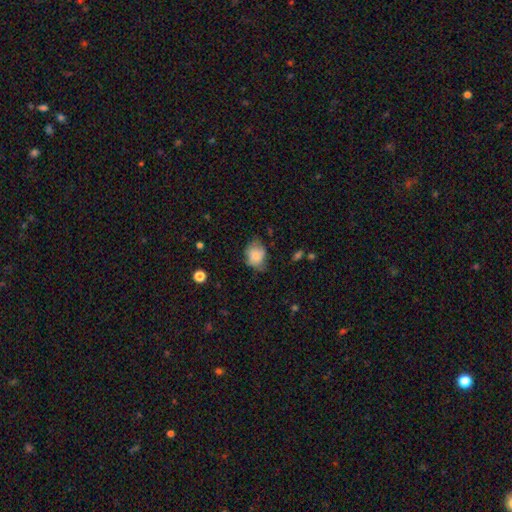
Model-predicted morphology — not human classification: Smooth or featured?
  - smooth: 77% *
  - featured or disk: 14%
  - star or artifact: 8%
How rounded?
  - in between: 54% *
  - round: 45%
  - cigar-shaped: 1%
Merging?
  - none: 50% *
  - minor disturbance: 35%
  - major disturbance: 13%
  - merger: 2%